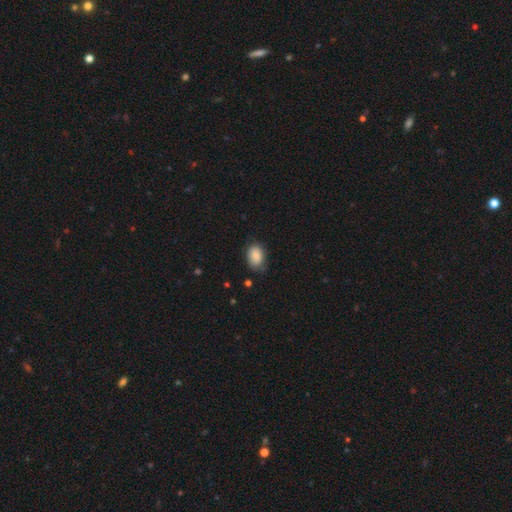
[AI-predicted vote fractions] This is clearly a smooth galaxy (82%). How rounded: likely in between (79%). Merging: likely none (66%).